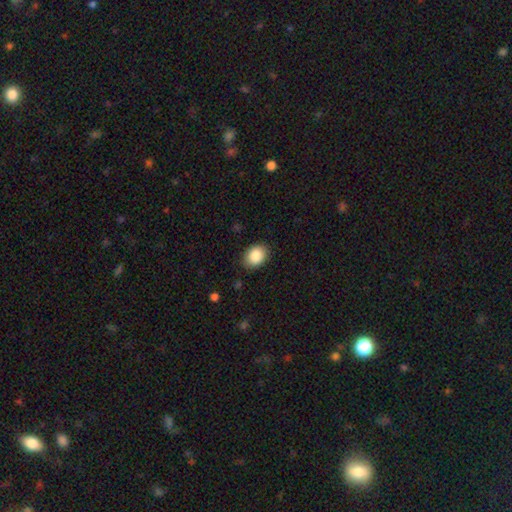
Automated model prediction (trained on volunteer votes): Smooth or featured? Predicted: smooth (p=0.87). How rounded? Predicted: in between (p=0.68). Merging? Predicted: none (p=0.86).